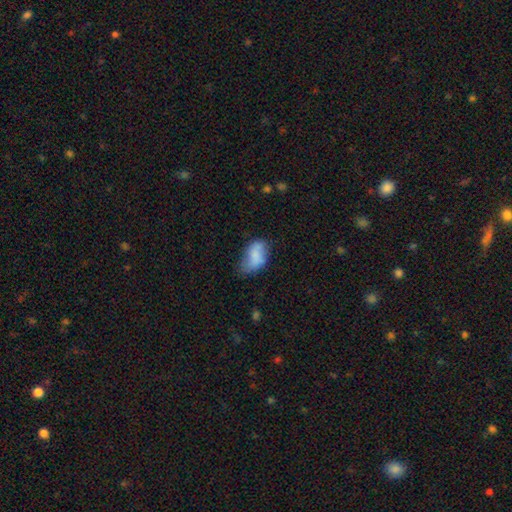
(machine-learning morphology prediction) type=smooth (74%); roundness=in between (92%); merging=none (43%).